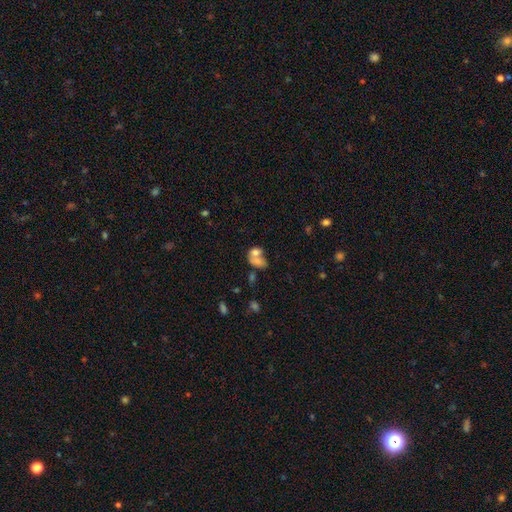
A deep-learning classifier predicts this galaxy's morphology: The model was most divided on "how rounded": in between: 70%, round: 28%, cigar-shaped: 2%. More confident: smooth or featured — smooth (68%); merging — merger (67%).